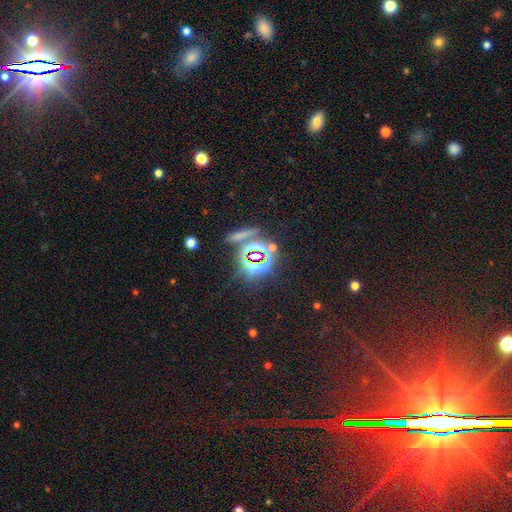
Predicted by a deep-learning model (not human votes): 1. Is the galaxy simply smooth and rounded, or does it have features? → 69% star or artifact, 21% smooth, 10% featured or disk.